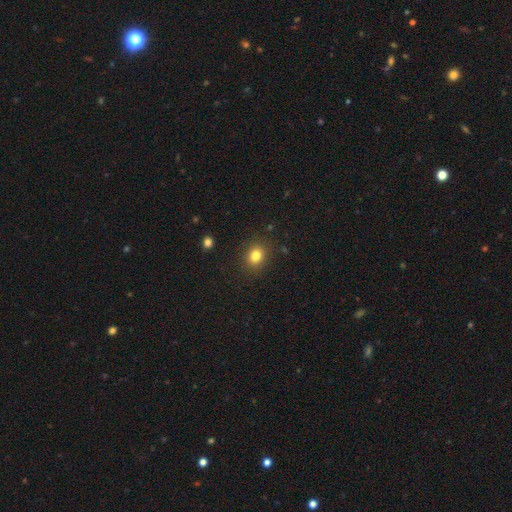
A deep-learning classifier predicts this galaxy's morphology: Smooth or featured?
  - smooth: 82% *
  - star or artifact: 12%
  - featured or disk: 6%
How rounded?
  - round: 57% *
  - in between: 42%
  - cigar-shaped: 1%
Merging?
  - none: 87% *
  - minor disturbance: 9%
  - major disturbance: 3%
  - merger: 1%